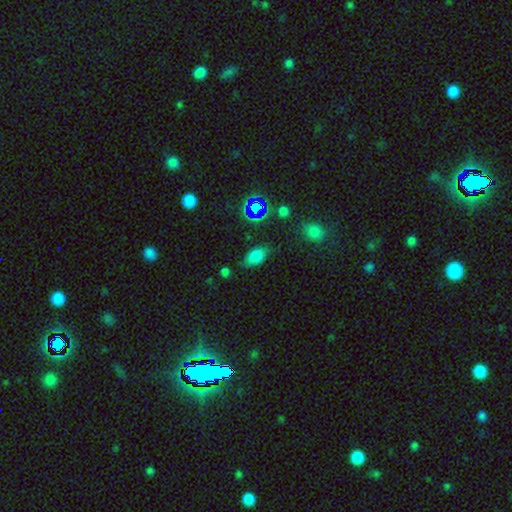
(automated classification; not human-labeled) Smooth or featured?
  - smooth: 73% *
  - star or artifact: 17%
  - featured or disk: 10%
How rounded?
  - in between: 88% *
  - round: 8%
  - cigar-shaped: 4%
Merging?
  - none: 70% *
  - minor disturbance: 21%
  - major disturbance: 6%
  - merger: 3%